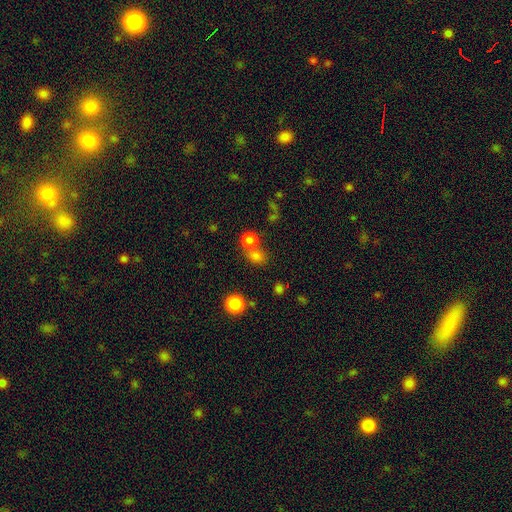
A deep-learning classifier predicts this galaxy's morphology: Smooth or featured: smooth — 78% (star or artifact — 16%)
How rounded: round — 70% (in between — 29%)
Merging: none — 53% (merger — 34%)